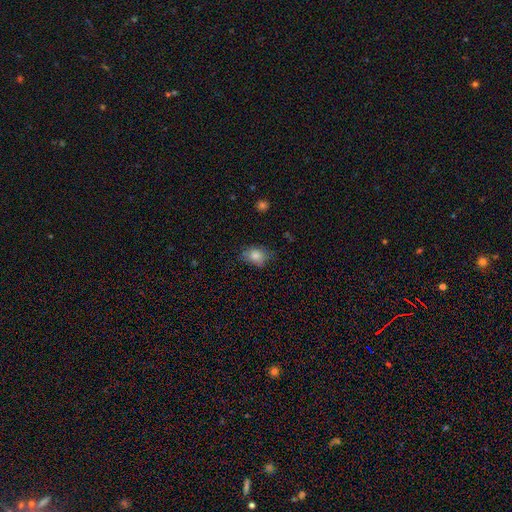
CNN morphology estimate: Smooth or featured? Predicted: smooth (p=0.81). How rounded? Predicted: in between (p=0.66). Merging? Predicted: none (p=0.63).